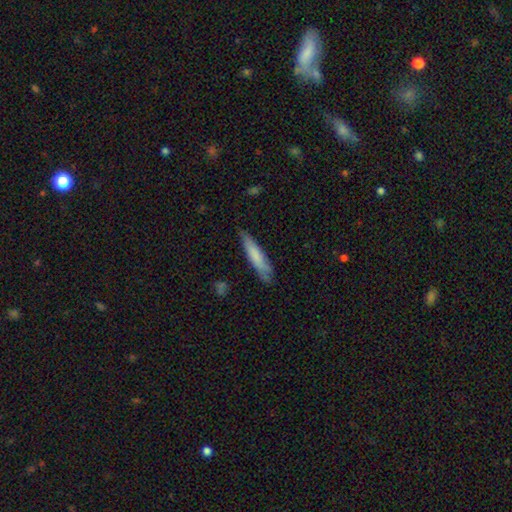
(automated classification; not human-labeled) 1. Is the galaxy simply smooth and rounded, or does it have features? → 75% smooth, 20% featured or disk, 6% star or artifact.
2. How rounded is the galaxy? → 84% cigar-shaped, 15% in between, 1% round.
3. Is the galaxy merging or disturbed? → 79% none, 17% minor disturbance, 3% major disturbance, 2% merger.